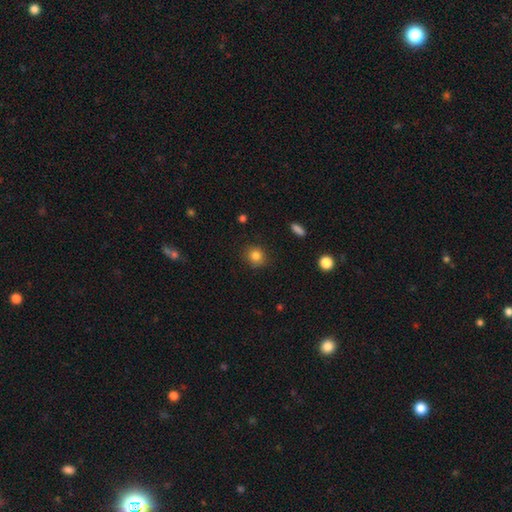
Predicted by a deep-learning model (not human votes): Smooth or featured? Predicted: smooth (p=0.83). How rounded? Predicted: round (p=0.84). Merging? Predicted: none (p=0.85).